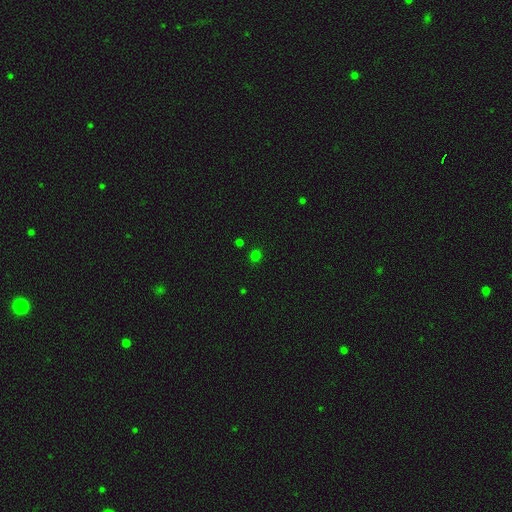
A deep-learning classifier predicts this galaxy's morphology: Smooth or featured? smooth (73%)
How rounded? round (85%)
Merging? none (88%)